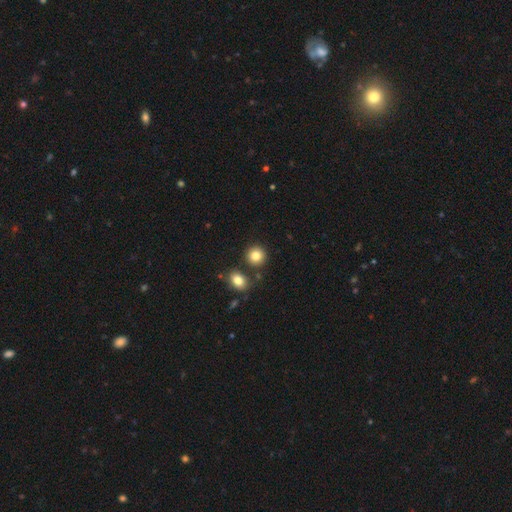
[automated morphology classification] Smooth or featured? Predicted: smooth (p=0.83). How rounded? Predicted: round (p=0.88). Merging? Predicted: none (p=0.82).